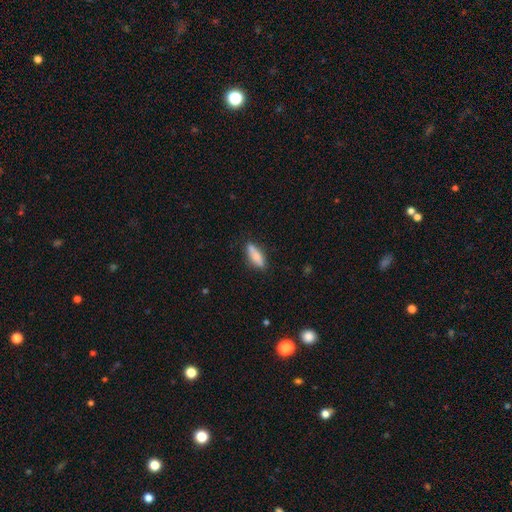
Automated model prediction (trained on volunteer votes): Smooth or featured?
  - smooth: 76% *
  - featured or disk: 17%
  - star or artifact: 7%
How rounded?
  - in between: 50% *
  - cigar-shaped: 48%
  - round: 2%
Merging?
  - none: 73% *
  - minor disturbance: 16%
  - merger: 7%
  - major disturbance: 4%